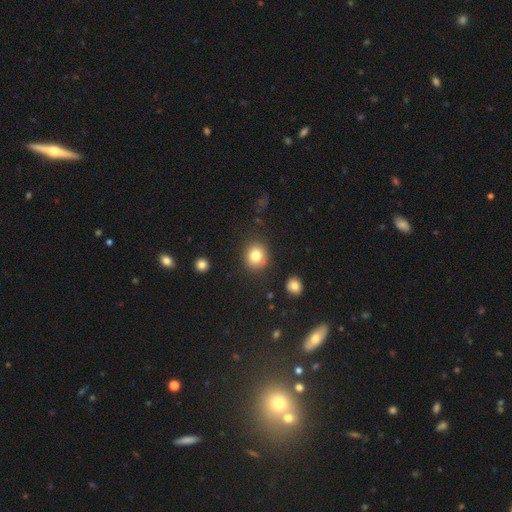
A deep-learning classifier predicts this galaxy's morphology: Q: Smooth or featured?
A: smooth (80%); runner-up: star or artifact (11%)
Q: How rounded?
A: round (84%); runner-up: in between (15%)
Q: Merging?
A: none (85%); runner-up: minor disturbance (10%)